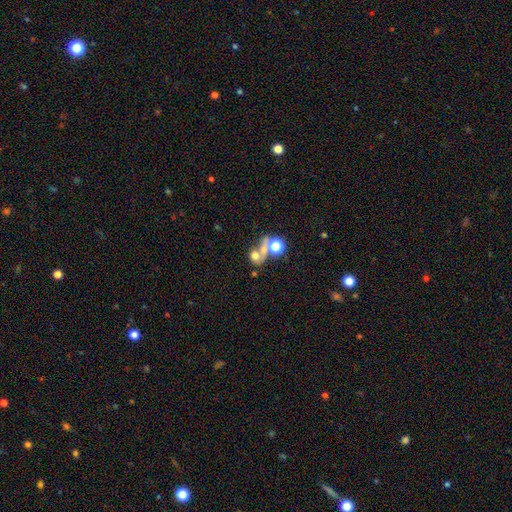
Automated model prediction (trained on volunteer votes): Morphology: type=smooth (59%); roundness=round (62%); merging=merger (55%).